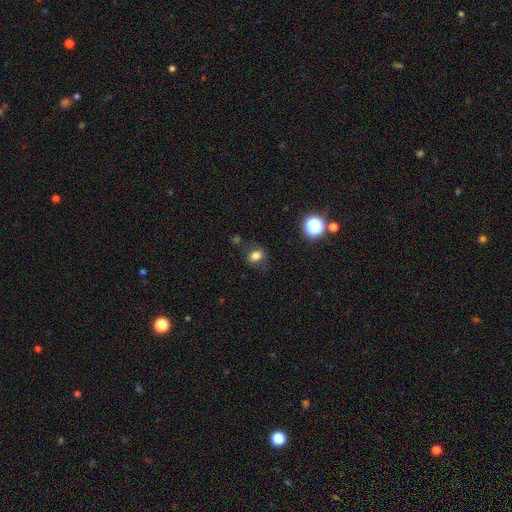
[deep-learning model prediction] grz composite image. It shows a smooth galaxy with no disk features (78%) that is in between round and cigar-shaped (57%). Merging: none (76%).